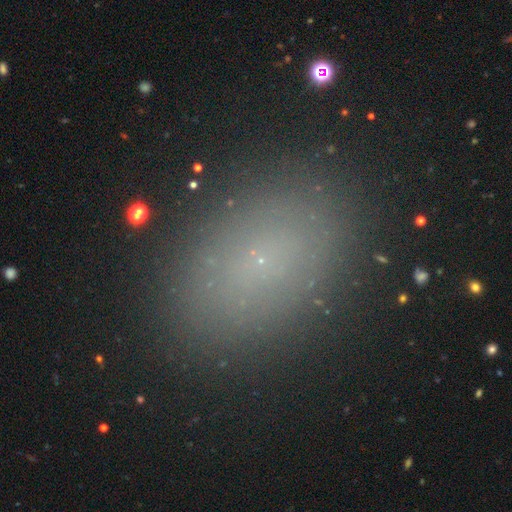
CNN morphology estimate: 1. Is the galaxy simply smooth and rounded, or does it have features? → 57% smooth, 24% star or artifact, 19% featured or disk.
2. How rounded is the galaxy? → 79% in between, 19% round, 2% cigar-shaped.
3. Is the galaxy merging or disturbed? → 84% none, 11% minor disturbance, 4% major disturbance, 2% merger.